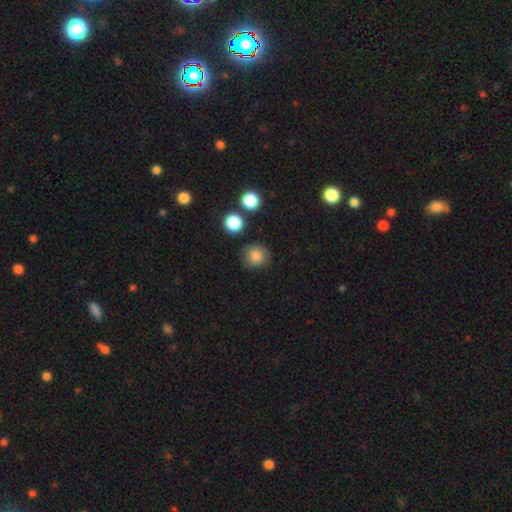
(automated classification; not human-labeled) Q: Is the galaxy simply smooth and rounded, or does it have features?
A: smooth — 82%.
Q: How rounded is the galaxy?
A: round — 84%.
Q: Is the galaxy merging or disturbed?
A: none — 80%.